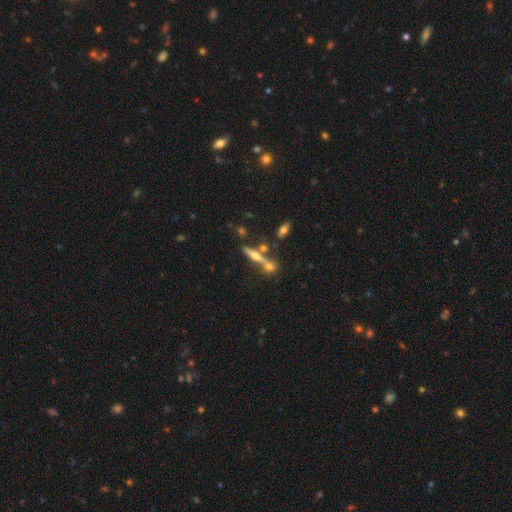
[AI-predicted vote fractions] A featured or disk galaxy (64%) viewed edge-on (93%) with a rounded central bulge (91%). Merging: none (63%).